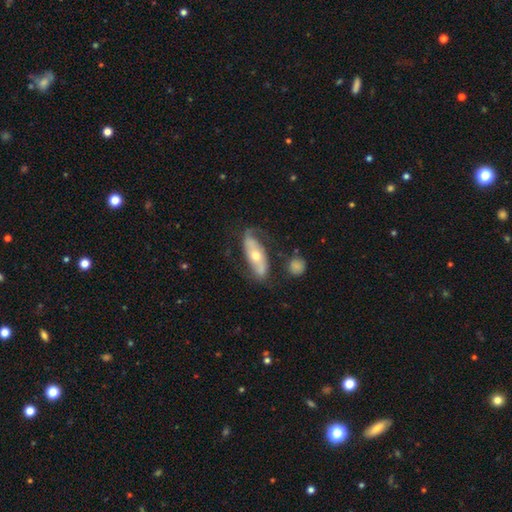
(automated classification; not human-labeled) Smooth or featured? featured or disk (62%)
Edge-on disk? no (78%)
Merging? none (61%)